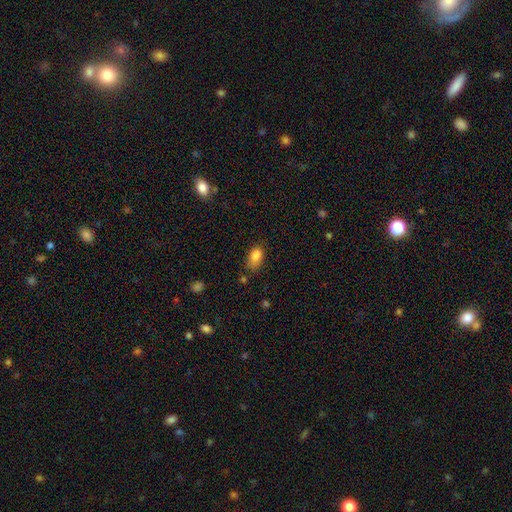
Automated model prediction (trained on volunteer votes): Smooth or featured: smooth — 84% (star or artifact — 9%)
How rounded: in between — 87% (round — 10%)
Merging: none — 59% (minor disturbance — 29%)